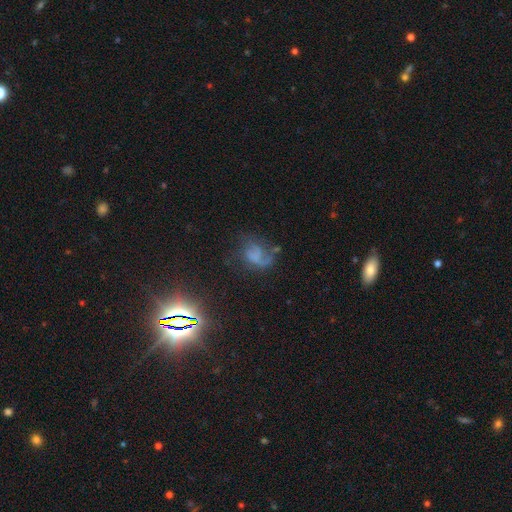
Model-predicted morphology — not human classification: This is possibly a featured or disk galaxy (48%). Merging: marginally major disturbance (37%).